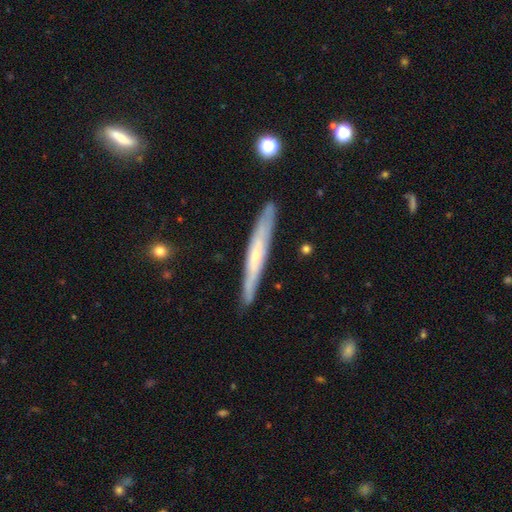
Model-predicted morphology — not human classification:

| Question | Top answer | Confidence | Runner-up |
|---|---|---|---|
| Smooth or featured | featured or disk | 63% | smooth (31%) |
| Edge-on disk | yes | 88% | no (12%) |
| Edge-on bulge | rounded | 54% | none (43%) |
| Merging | none | 87% | minor disturbance (10%) |